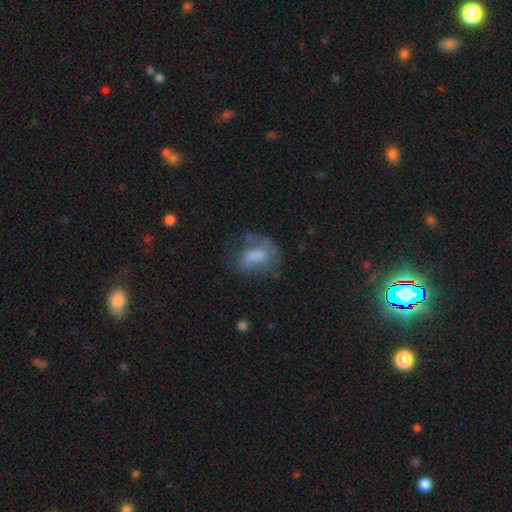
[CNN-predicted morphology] A smooth galaxy with no disk features (56%) that is in between round and cigar-shaped (76%). Merging: none (44%).